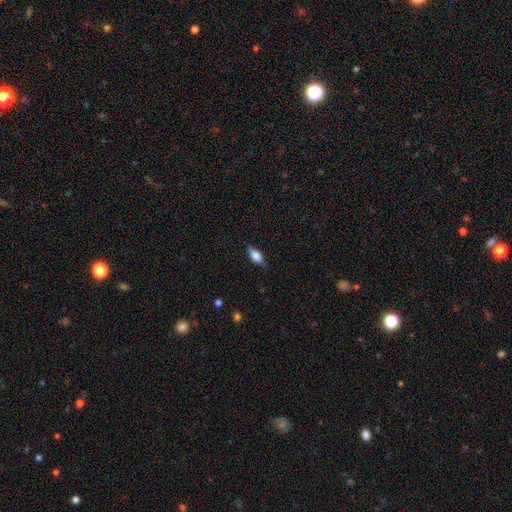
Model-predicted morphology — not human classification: This is likely a smooth galaxy (73%). How rounded: clearly in between (82%). Merging: likely none (79%).